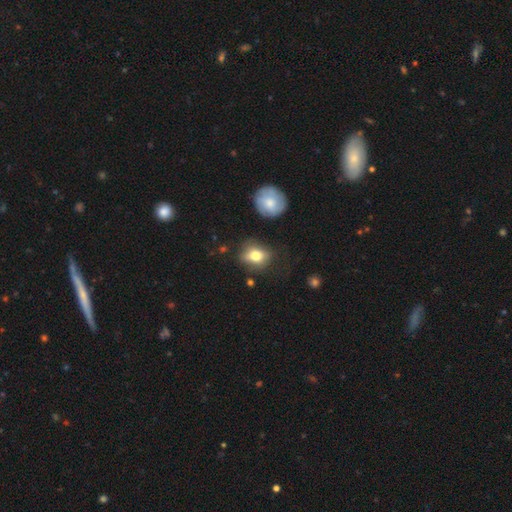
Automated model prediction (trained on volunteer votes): Smooth or featured: smooth — 74% (featured or disk — 18%)
How rounded: in between — 51% (round — 47%)
Merging: none — 70% (minor disturbance — 20%)